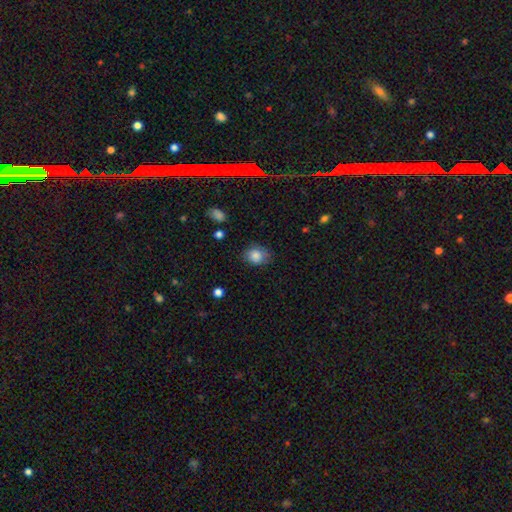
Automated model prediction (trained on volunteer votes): smooth 84%, star or artifact 9%, featured or disk 7%. Down the decision tree: how rounded — round (50%); merging — none (71%).